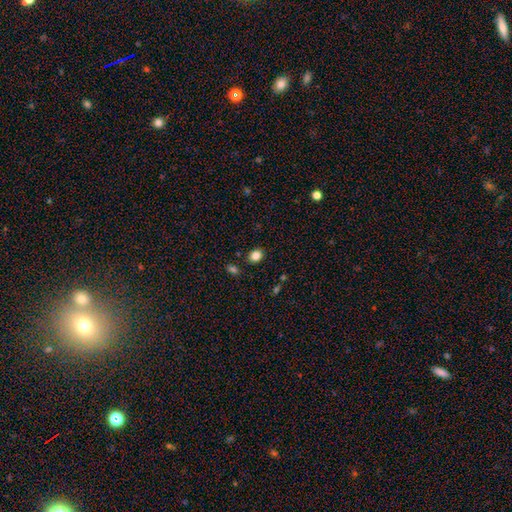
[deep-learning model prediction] This is clearly a smooth galaxy (85%). How rounded: possibly round (50%). Merging: clearly none (87%).